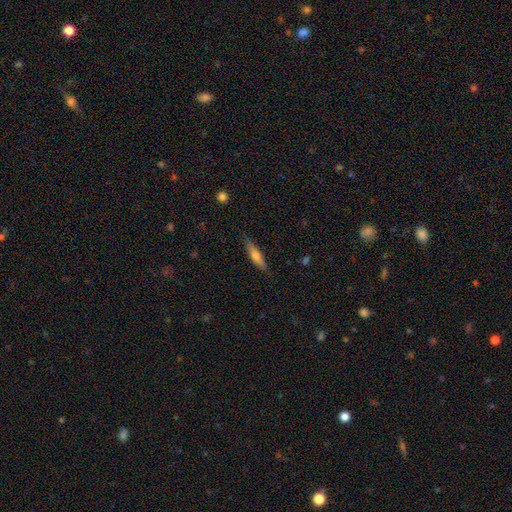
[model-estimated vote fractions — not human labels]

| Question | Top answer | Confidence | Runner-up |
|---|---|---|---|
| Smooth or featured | smooth | 54% | featured or disk (39%) |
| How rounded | cigar-shaped | 79% | in between (19%) |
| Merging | none | 84% | minor disturbance (12%) |